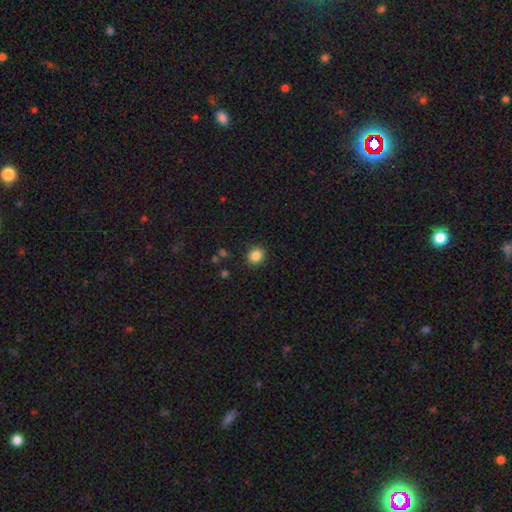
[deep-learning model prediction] Q: Smooth or featured?
A: smooth (86%); runner-up: star or artifact (10%)
Q: How rounded?
A: round (78%); runner-up: in between (21%)
Q: Merging?
A: none (90%); runner-up: minor disturbance (7%)